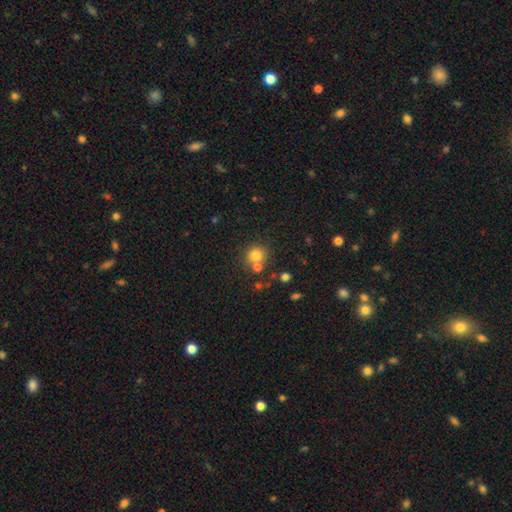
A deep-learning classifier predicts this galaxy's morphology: smooth 78%, star or artifact 13%, featured or disk 9%. Down the decision tree: how rounded — round (87%); merging — none (63%).